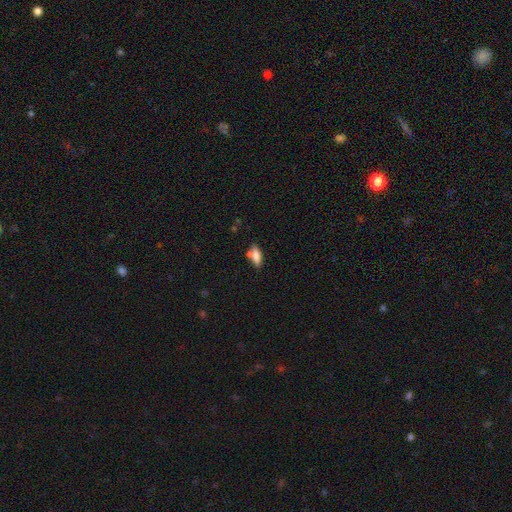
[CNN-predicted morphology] The model was most divided on "how rounded": in between: 67%, cigar-shaped: 30%, round: 3%. More confident: smooth or featured — smooth (72%); merging — none (64%).